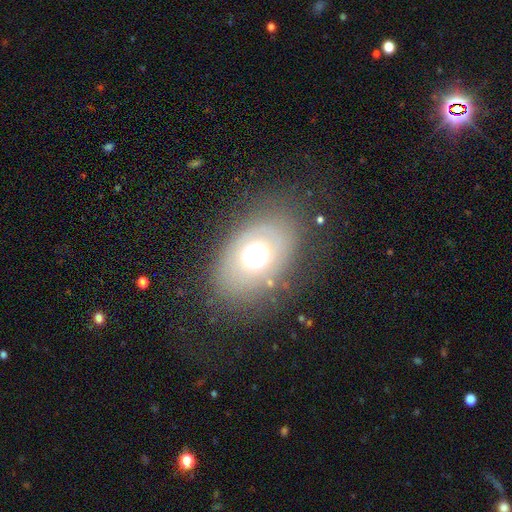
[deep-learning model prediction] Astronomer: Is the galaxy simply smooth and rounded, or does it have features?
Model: smooth — 52% (runner-up: featured or disk, 35%).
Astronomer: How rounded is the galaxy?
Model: in between — 74%.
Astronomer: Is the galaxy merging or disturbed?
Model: none — 74%.